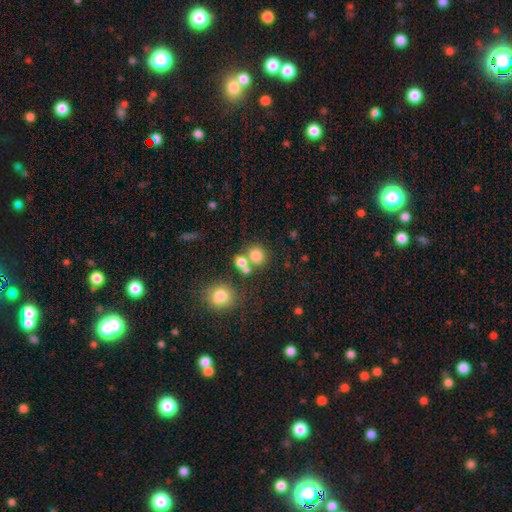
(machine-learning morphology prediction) smooth_or_featured: smooth (p=0.76) [alt: star or artifact p=0.15]
how_rounded: round (p=0.83) [alt: in between p=0.16]
merging: none (p=0.58) [alt: merger p=0.29]